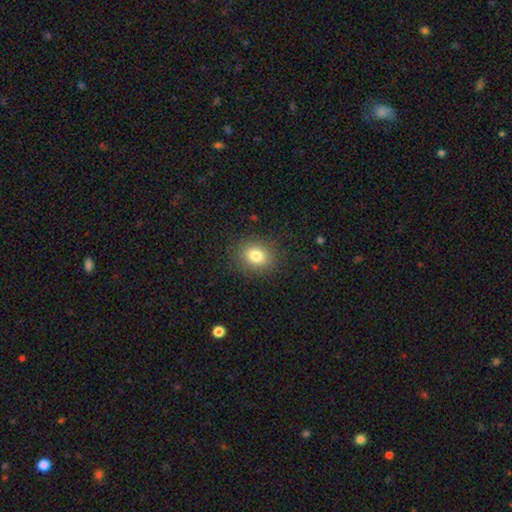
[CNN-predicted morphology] Smooth or featured?
  - smooth: 82% *
  - star or artifact: 11%
  - featured or disk: 7%
How rounded?
  - round: 57% *
  - in between: 42%
  - cigar-shaped: 1%
Merging?
  - none: 87% *
  - minor disturbance: 9%
  - major disturbance: 3%
  - merger: 1%